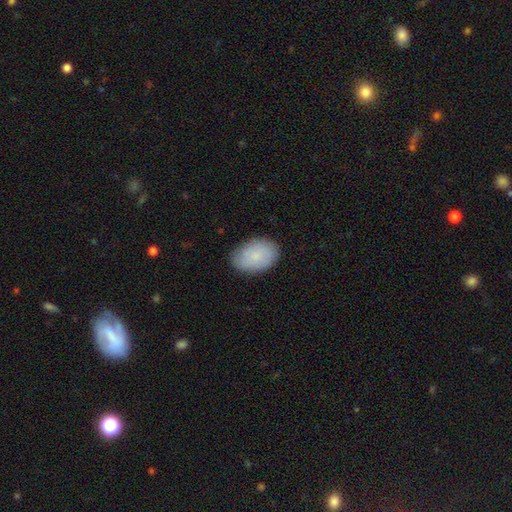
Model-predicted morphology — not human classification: Overall: smooth (77%). How rounded: in between (87%). Merging: none (80%).